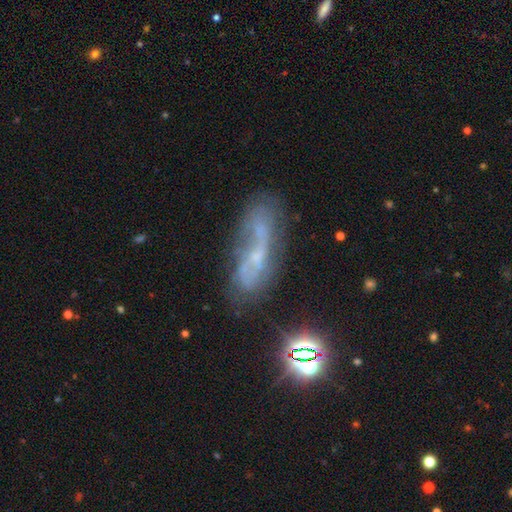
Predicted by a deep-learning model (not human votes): smooth_or_featured: featured or disk (p=0.58) [alt: smooth p=0.25]
disk_edge_on: no (p=0.79) [alt: yes p=0.21]
merging: none (p=0.46) [alt: minor disturbance p=0.22]